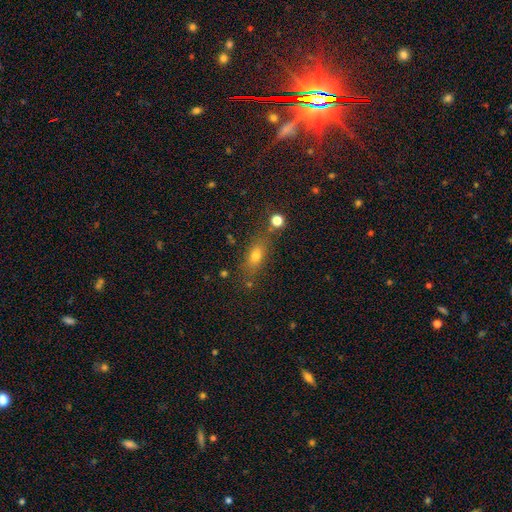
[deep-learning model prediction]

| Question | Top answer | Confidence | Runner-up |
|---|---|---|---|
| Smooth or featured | smooth | 68% | star or artifact (16%) |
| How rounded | in between | 65% | cigar-shaped (19%) |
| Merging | none | 71% | minor disturbance (14%) |